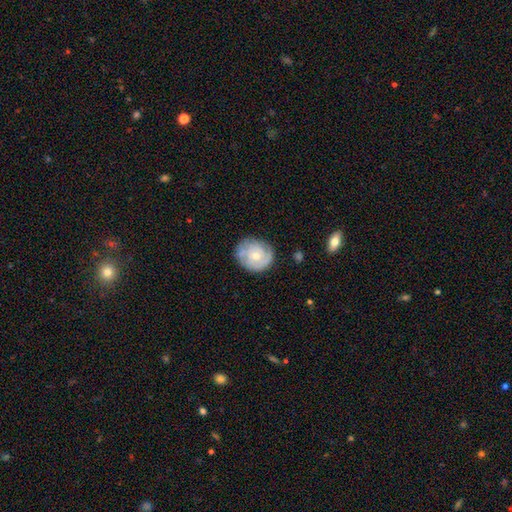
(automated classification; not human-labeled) This is likely a featured or disk galaxy (64%). It is clearly not viewed edge-on (98%). Bar: likely no (80%). Spiral arm pattern: clearly yes (83%). Spiral arm count: marginally can't tell (37%). Spiral winding: likely tight (62%). Central bulge: possibly small (52%). Merging: likely none (71%).